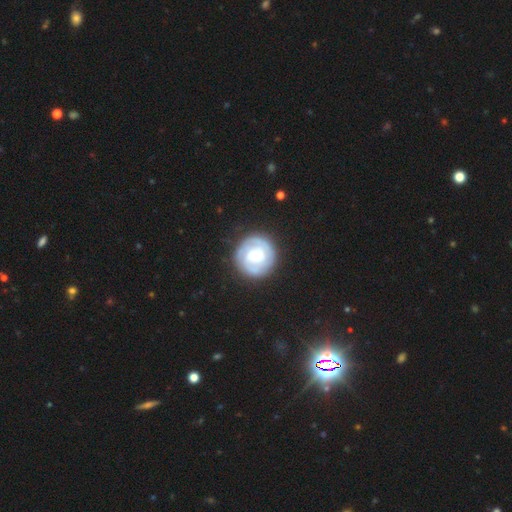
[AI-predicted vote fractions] Morphology: type=featured or disk (70%); edge-on=no (98%); bar=weak (51%); spiral arms=yes (85%); winding=tight (64%); arm count=2 (53%); bulge=moderate (51%); merging=none (83%).